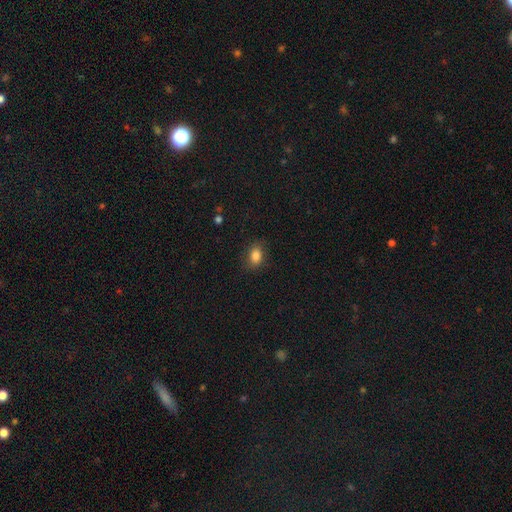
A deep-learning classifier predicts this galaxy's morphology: smooth_or_featured: smooth (p=0.85) [alt: star or artifact p=0.09]
how_rounded: in between (p=0.79) [alt: round p=0.19]
merging: none (p=0.81) [alt: minor disturbance p=0.14]